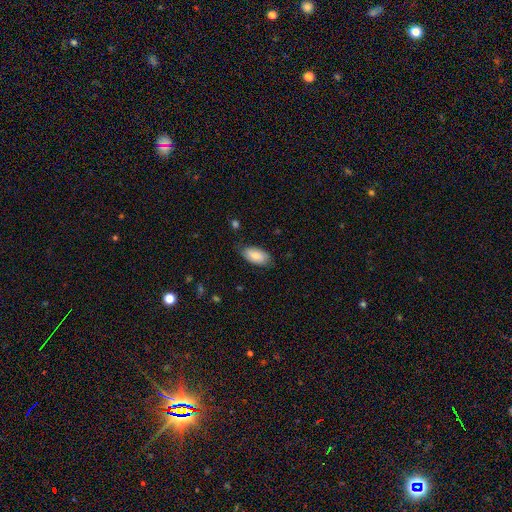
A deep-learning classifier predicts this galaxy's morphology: A smooth galaxy with no disk features (80%) that is in between round and cigar-shaped (94%). Merging: none (76%).